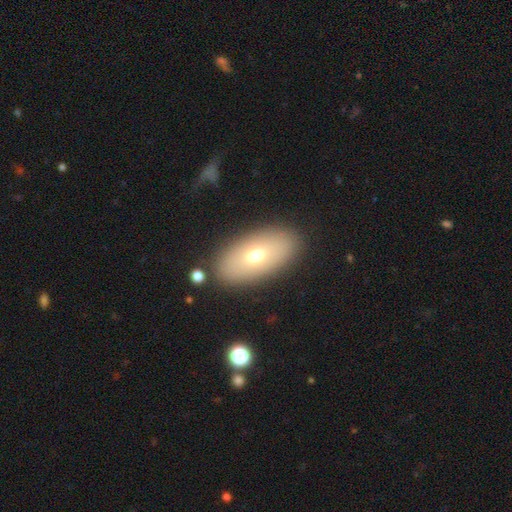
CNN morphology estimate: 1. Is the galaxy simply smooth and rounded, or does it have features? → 65% smooth, 26% featured or disk, 9% star or artifact.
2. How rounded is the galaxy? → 90% in between, 5% cigar-shaped, 5% round.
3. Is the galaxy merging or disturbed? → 87% none, 8% minor disturbance, 3% major disturbance, 2% merger.